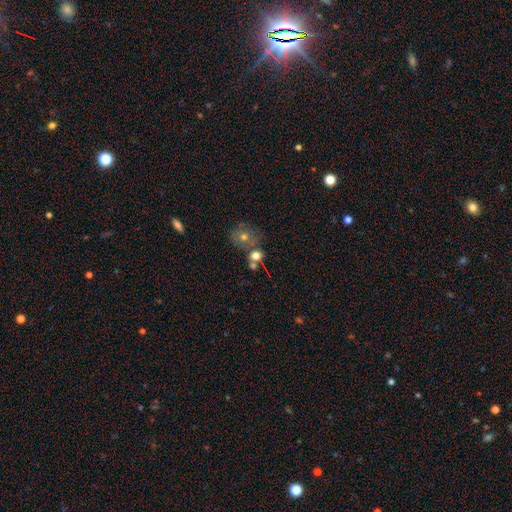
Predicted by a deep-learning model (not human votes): smooth-or-featured: smooth: 65% | featured or disk: 18% | star or artifact: 17%
  how-rounded: round: 67% | in between: 31% | cigar-shaped: 2%
  merging: none: 42% | merger: 41% | minor disturbance: 11% | major disturbance: 7%